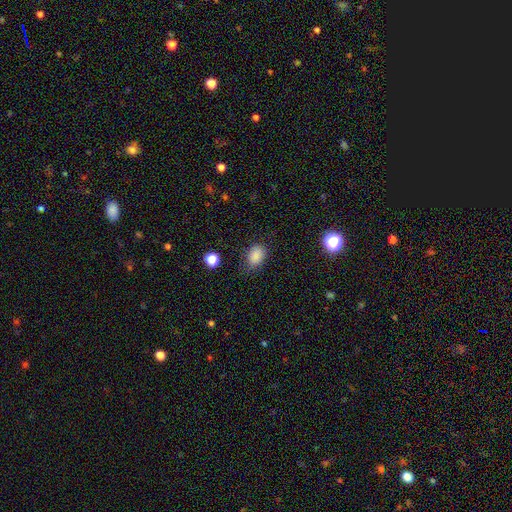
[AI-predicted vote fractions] A smooth galaxy with no disk features (85%) that is in between round and cigar-shaped (77%). Merging: none (69%).